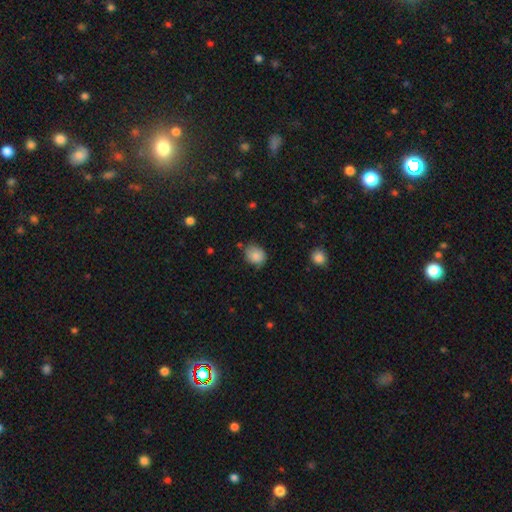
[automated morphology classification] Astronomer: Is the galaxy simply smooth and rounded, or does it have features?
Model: smooth — 84%.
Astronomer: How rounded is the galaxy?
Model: round — 63%.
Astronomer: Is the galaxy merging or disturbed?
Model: none — 68%.